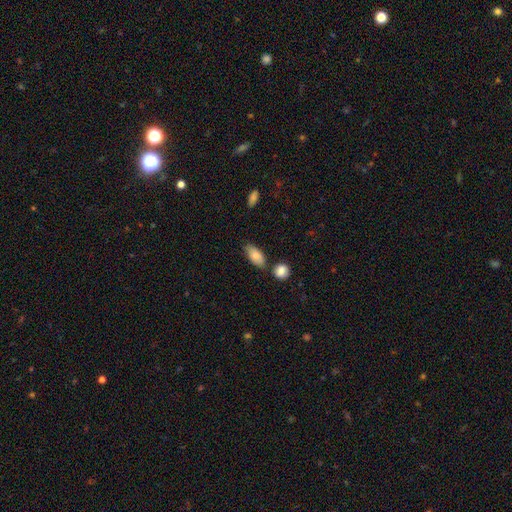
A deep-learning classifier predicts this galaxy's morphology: Overall: smooth (81%). How rounded: in between (88%). Merging: none (69%).